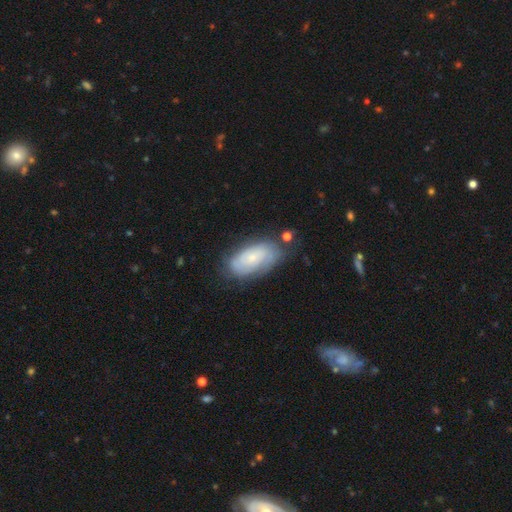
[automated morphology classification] This is possibly a smooth galaxy (51%). How rounded: clearly in between (90%). Merging: likely none (70%).